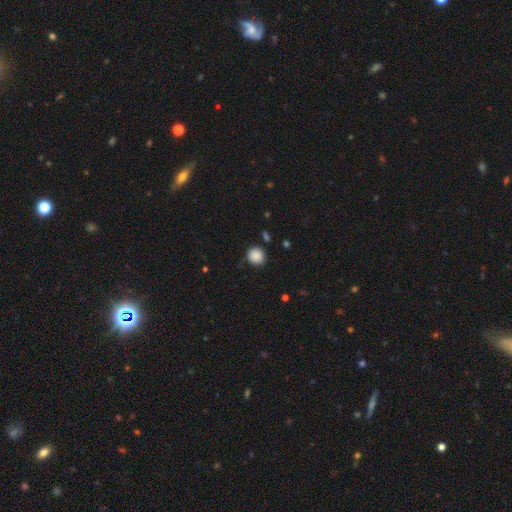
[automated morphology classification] This is clearly a smooth galaxy (88%). How rounded: clearly round (88%). Merging: clearly none (81%).